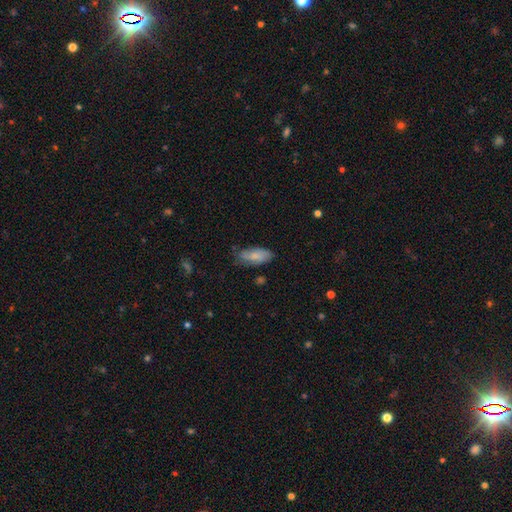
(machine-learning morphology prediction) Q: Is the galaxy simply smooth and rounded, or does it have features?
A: smooth — 75%.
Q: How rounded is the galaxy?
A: in between — 84%.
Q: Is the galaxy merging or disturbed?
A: none — 66%.